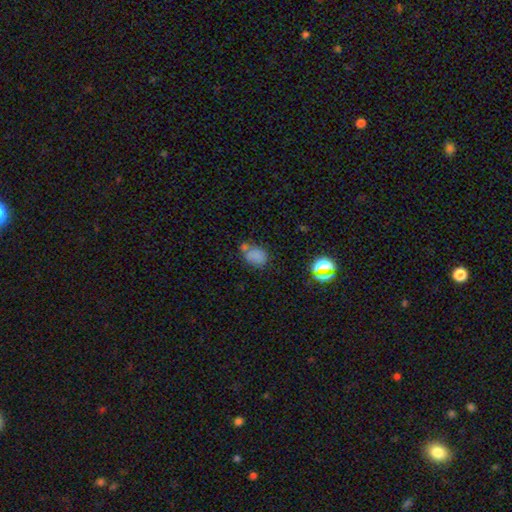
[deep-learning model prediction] Smooth or featured: smooth — 72% (star or artifact — 18%)
How rounded: in between — 69% (round — 29%)
Merging: none — 49% (minor disturbance — 24%)